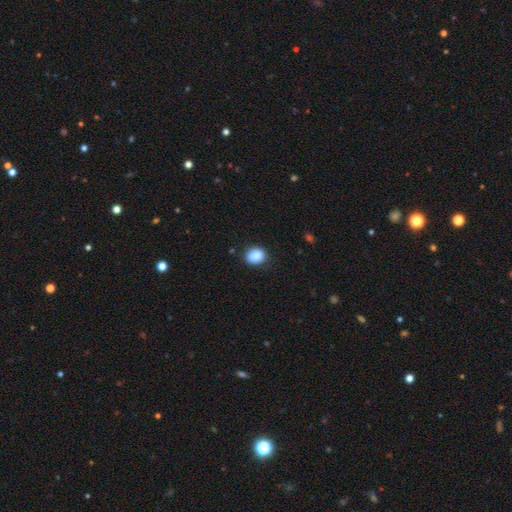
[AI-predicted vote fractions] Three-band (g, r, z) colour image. It shows a smooth galaxy with no disk features (88%) that is round (51%). Merging: none (81%).